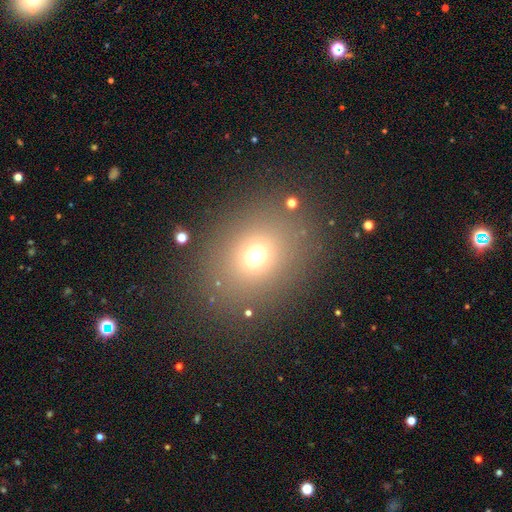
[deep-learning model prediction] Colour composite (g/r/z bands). It shows a smooth galaxy with no disk features (68%) that is round (64%). Merging: none (83%).